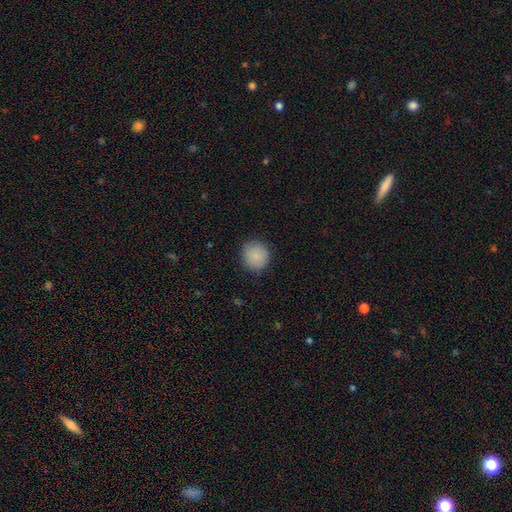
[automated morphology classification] smooth_or_featured: smooth (p=0.88) [alt: star or artifact p=0.08]
how_rounded: round (p=0.91) [alt: in between p=0.08]
merging: none (p=0.89) [alt: minor disturbance p=0.08]